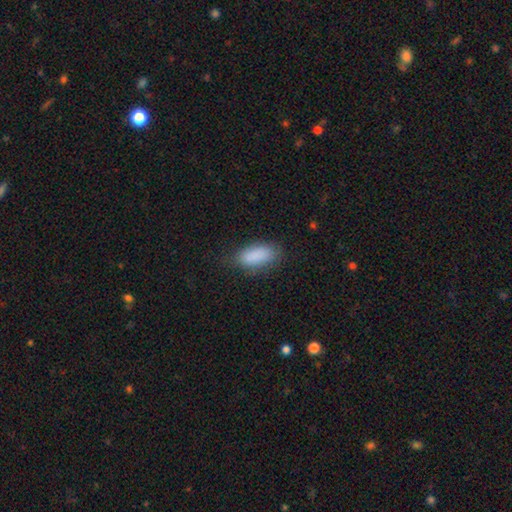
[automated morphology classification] type=smooth (88%); roundness=in between (86%); merging=none (77%).